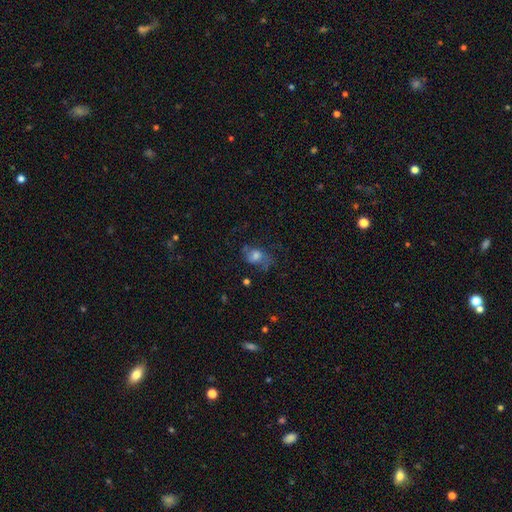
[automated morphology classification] Smooth or featured?
  - smooth: 58% *
  - featured or disk: 29%
  - star or artifact: 14%
How rounded?
  - in between: 64% *
  - round: 34%
  - cigar-shaped: 2%
Merging?
  - none: 42% *
  - major disturbance: 28%
  - minor disturbance: 26%
  - merger: 4%